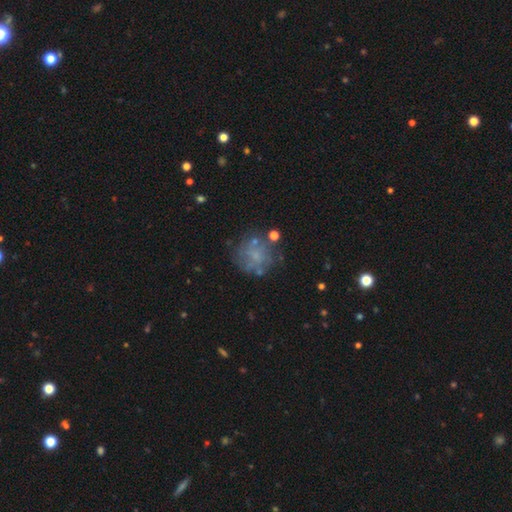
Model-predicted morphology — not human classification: Smooth or featured?
  - featured or disk: 46% *
  - smooth: 40%
  - star or artifact: 15%
Merging?
  - none: 59% *
  - minor disturbance: 19%
  - major disturbance: 15%
  - merger: 7%